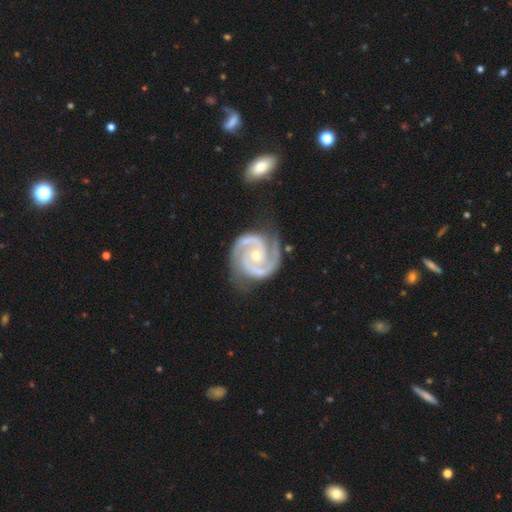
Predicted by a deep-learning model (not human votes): smooth_or_featured: featured or disk (p=0.94) [alt: star or artifact p=0.03]
disk_edge_on: no (p=0.98) [alt: yes p=0.02]
bar: no (p=0.63) [alt: weak p=0.27]
has_spiral_arms: yes (p=0.99) [alt: no p=0.01]
spiral_winding: tight (p=0.58) [alt: medium p=0.38]
spiral_arm_count: 2 (p=0.91) [alt: 3 p=0.04]
bulge_size: moderate (p=0.51) [alt: small p=0.45]
merging: none (p=0.75) [alt: minor disturbance p=0.18]